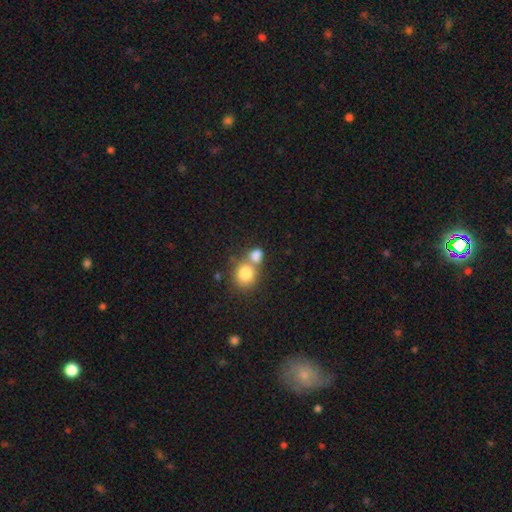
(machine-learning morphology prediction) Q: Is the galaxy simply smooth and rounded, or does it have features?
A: smooth — 79%.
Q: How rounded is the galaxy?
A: round — 64%.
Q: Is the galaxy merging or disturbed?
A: merger — 51%.